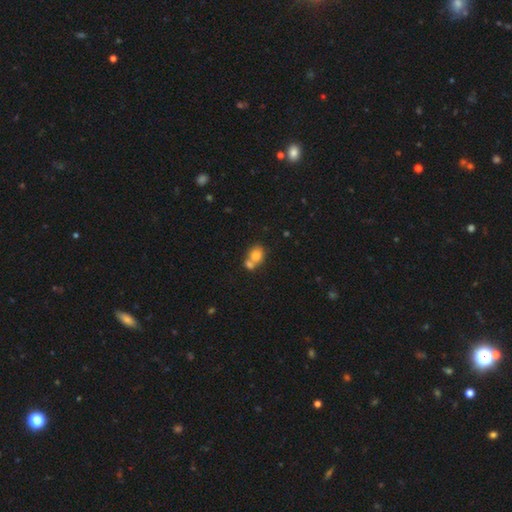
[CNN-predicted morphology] Smooth or featured? Predicted: smooth (p=0.78). How rounded? Predicted: round (p=0.65). Merging? Predicted: merger (p=0.52).